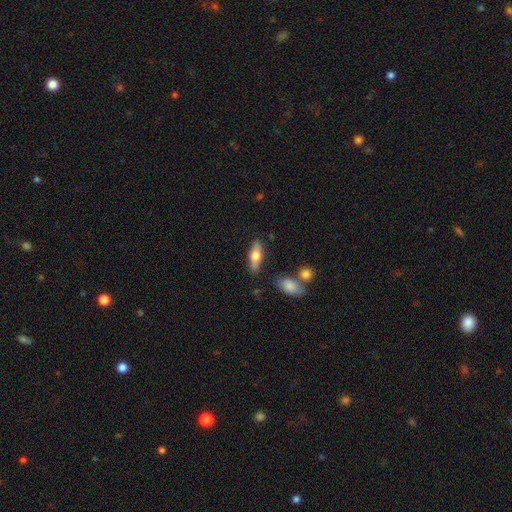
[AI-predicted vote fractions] Smooth or featured?
  - smooth: 59% *
  - featured or disk: 35%
  - star or artifact: 6%
How rounded?
  - in between: 59% *
  - cigar-shaped: 38%
  - round: 3%
Merging?
  - none: 82% *
  - minor disturbance: 11%
  - merger: 4%
  - major disturbance: 3%